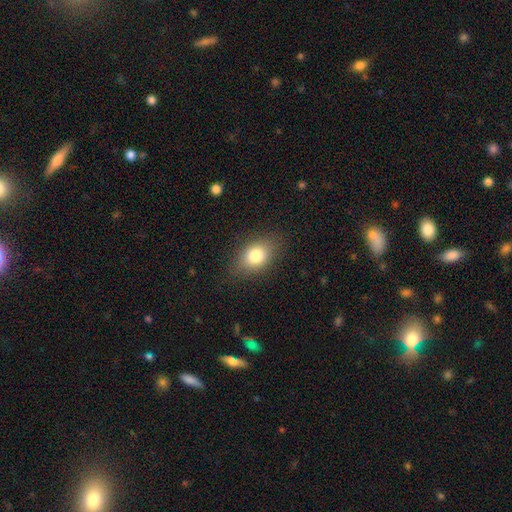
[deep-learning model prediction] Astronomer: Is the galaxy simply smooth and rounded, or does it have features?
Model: smooth — 79%.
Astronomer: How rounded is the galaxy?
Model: in between — 77%.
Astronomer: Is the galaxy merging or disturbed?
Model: none — 83%.